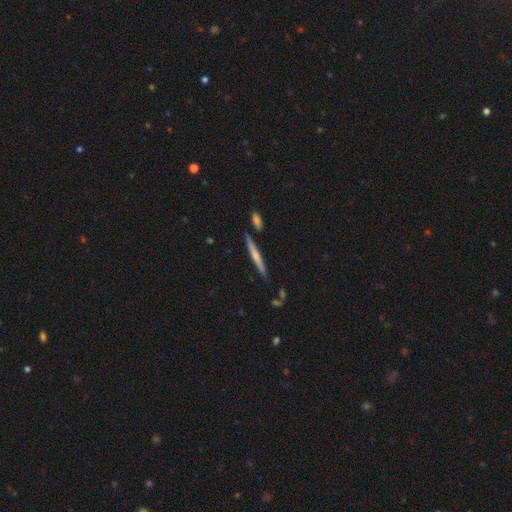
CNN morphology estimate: smooth 48%, featured or disk 46%, star or artifact 6%. Down the decision tree: merging — none (83%).